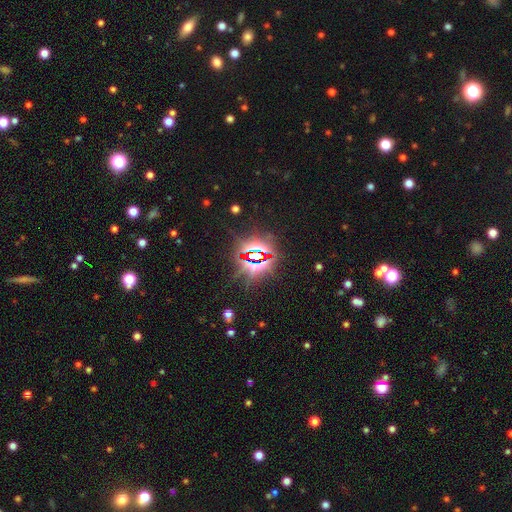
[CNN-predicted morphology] smooth_or_featured: star or artifact (p=0.84) [alt: smooth p=0.08]